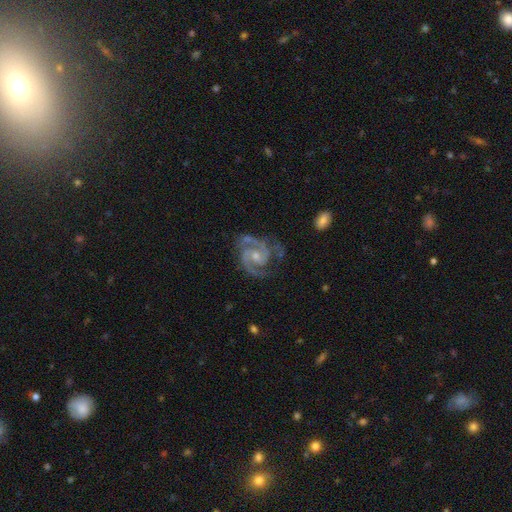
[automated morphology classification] The model was most divided on "spiral winding": medium: 50%, tight: 44%, loose: 6%. More confident: spiral arms — yes (99%); edge-on disk — no (98%); smooth or featured — featured or disk (93%); spiral arm count — 2 (86%); merging — none (74%); bulge size — small (57%); bar — no (50%).